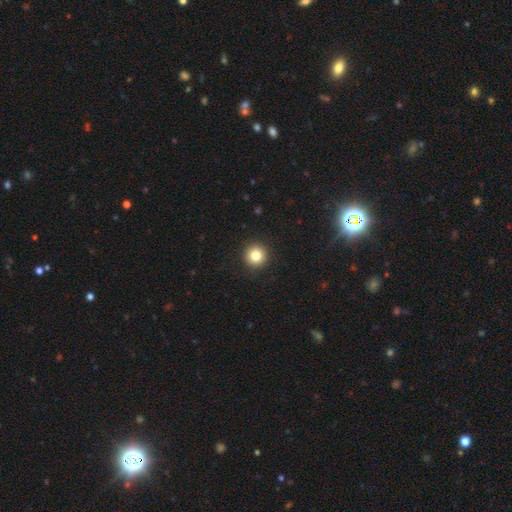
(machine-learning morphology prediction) This appears to be a smooth galaxy with no disk features (83%) that is round (95%). Merging: none (93%).